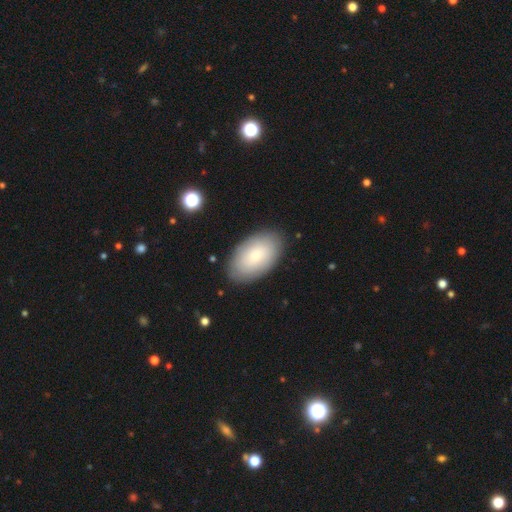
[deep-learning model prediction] Q: Smooth or featured?
A: smooth (75%); runner-up: featured or disk (19%)
Q: How rounded?
A: in between (95%); runner-up: round (4%)
Q: Merging?
A: none (86%); runner-up: minor disturbance (10%)